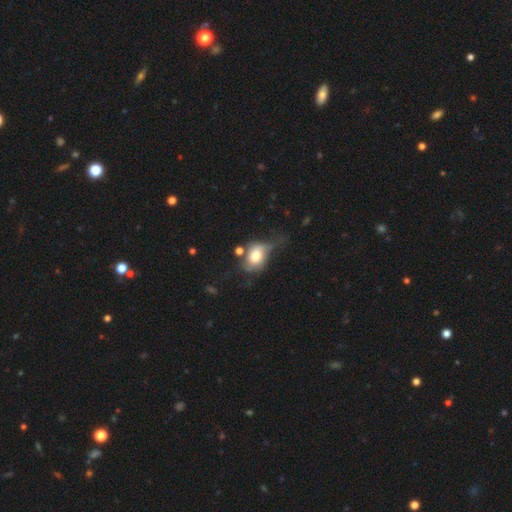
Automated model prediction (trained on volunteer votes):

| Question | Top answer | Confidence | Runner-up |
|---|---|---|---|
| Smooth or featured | smooth | 65% | featured or disk (26%) |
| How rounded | in between | 61% | round (37%) |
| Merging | minor disturbance | 31% | tied: major disturbance (31%) |